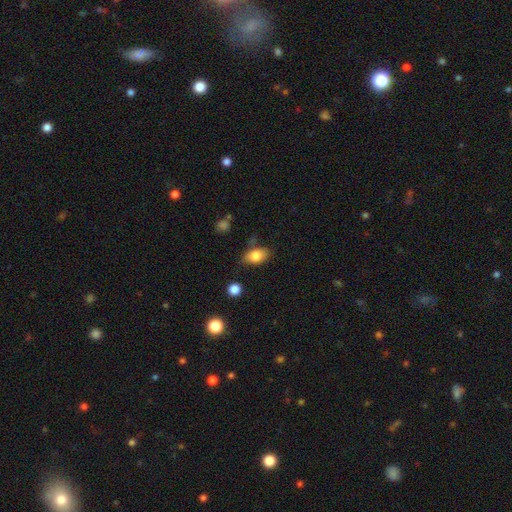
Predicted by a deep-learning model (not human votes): Overall: smooth (80%). How rounded: in between (86%). Merging: none (68%).